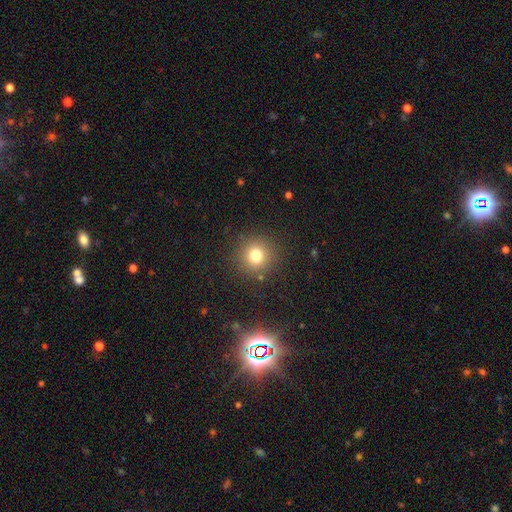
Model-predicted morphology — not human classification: smooth-or-featured: smooth: 77% | star or artifact: 15% | featured or disk: 8%
  how-rounded: round: 93% | in between: 6% | cigar-shaped: 1%
  merging: none: 88% | minor disturbance: 7% | major disturbance: 3% | merger: 2%